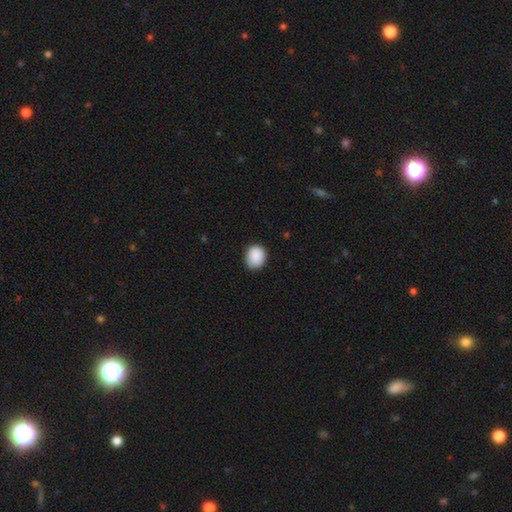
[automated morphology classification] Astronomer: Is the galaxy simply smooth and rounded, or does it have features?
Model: smooth — 90%.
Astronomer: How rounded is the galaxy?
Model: round — 61% (runner-up: in between, 39%).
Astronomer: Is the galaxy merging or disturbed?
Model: none — 79%.